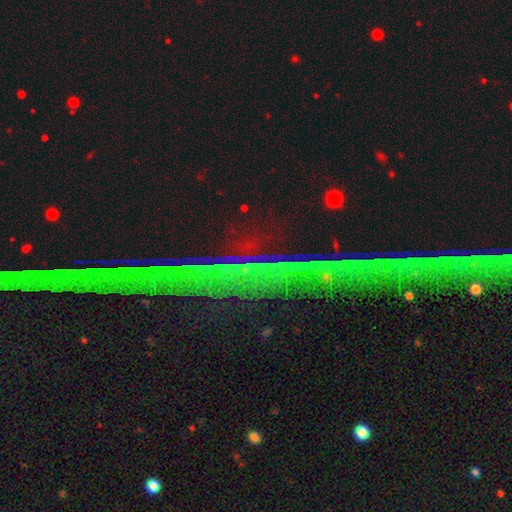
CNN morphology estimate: The model was most divided on "smooth or featured": star or artifact: 78%, featured or disk: 13%, smooth: 9%.